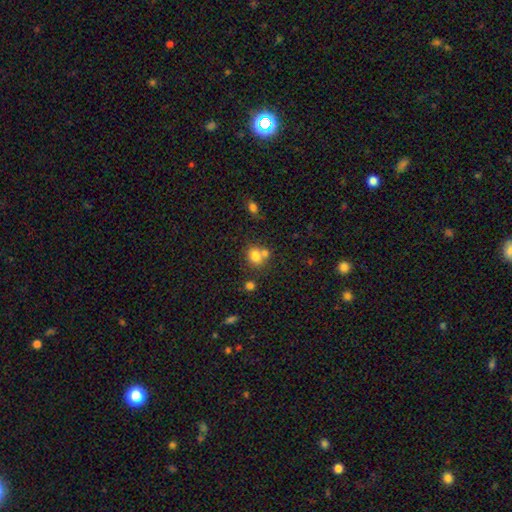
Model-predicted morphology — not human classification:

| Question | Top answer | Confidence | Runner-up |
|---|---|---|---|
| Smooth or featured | smooth | 78% | star or artifact (12%) |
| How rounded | round | 68% | in between (31%) |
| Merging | none | 50% | merger (35%) |